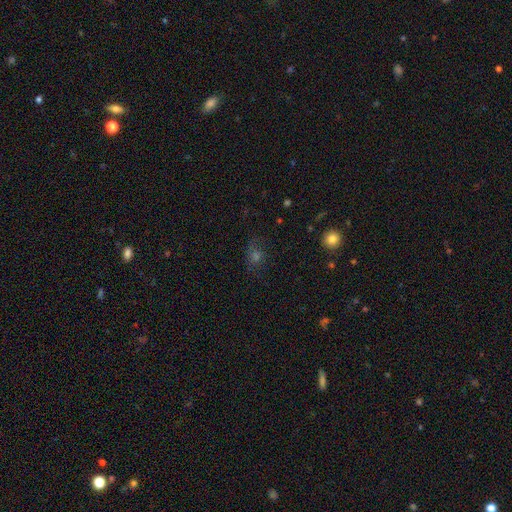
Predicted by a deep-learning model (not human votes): smooth_or_featured: smooth (p=0.42) [alt: star or artifact p=0.34]
merging: none (p=0.65) [alt: minor disturbance p=0.19]